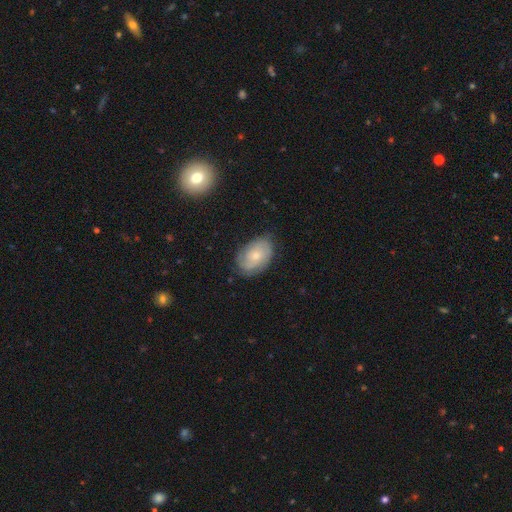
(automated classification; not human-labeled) A featured or disk galaxy (57%) with no bar (79%), spiral arms (81%) and a small central bulge (64%). Merging: none (74%).